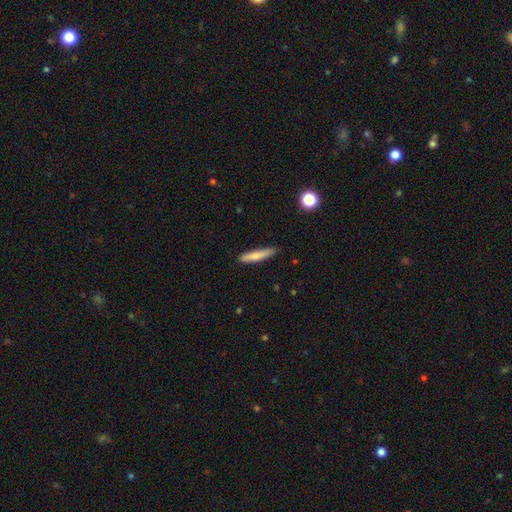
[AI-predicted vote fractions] Q: Smooth or featured?
A: smooth (77%); runner-up: featured or disk (17%)
Q: How rounded?
A: cigar-shaped (88%); runner-up: in between (10%)
Q: Merging?
A: none (84%); runner-up: minor disturbance (13%)